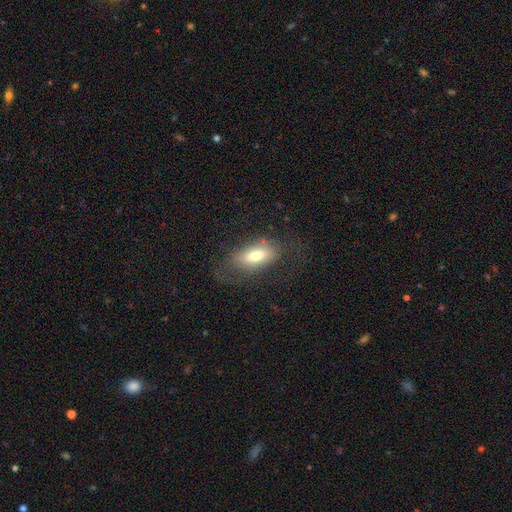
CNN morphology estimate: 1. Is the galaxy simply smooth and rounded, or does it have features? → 68% smooth, 23% featured or disk, 8% star or artifact.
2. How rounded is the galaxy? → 86% in between, 10% cigar-shaped, 4% round.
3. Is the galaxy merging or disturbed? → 60% none, 21% minor disturbance, 17% major disturbance, 2% merger.